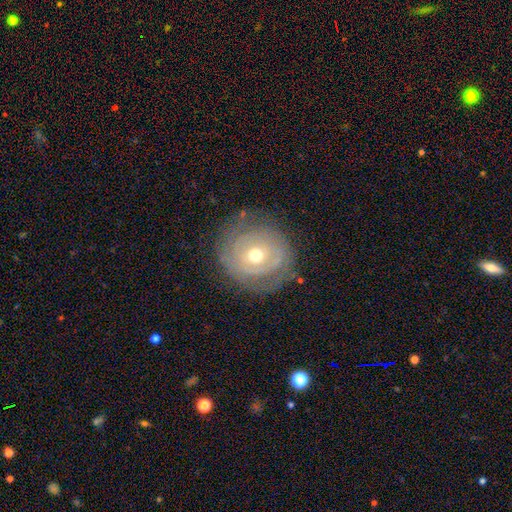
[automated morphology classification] Smooth or featured?
  - featured or disk: 62% *
  - smooth: 30%
  - star or artifact: 8%
Edge-on disk?
  - no: 96% *
  - yes: 4%
Bar?
  - no: 78% *
  - weak: 17%
  - strong: 5%
Spiral arms?
  - yes: 52% *
  - no: 48%
Bulge size?
  - moderate: 66% *
  - small: 29%
  - large: 4%
  - dominant: 1%
  - none: 1%
Merging?
  - none: 69% *
  - minor disturbance: 20%
  - major disturbance: 10%
  - merger: 1%